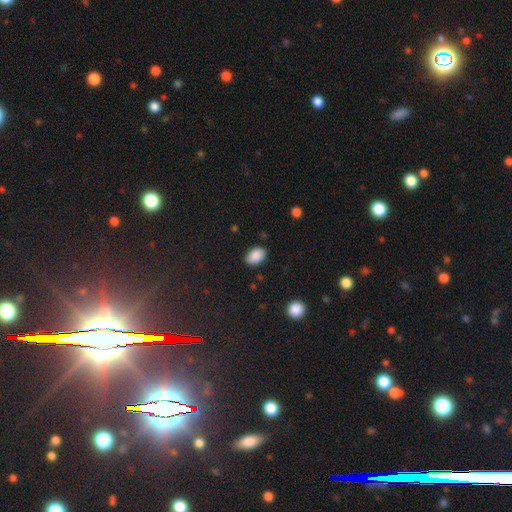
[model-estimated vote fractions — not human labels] smooth_or_featured: smooth (p=0.89) [alt: star or artifact p=0.07]
how_rounded: in between (p=0.87) [alt: round p=0.12]
merging: none (p=0.86) [alt: minor disturbance p=0.11]